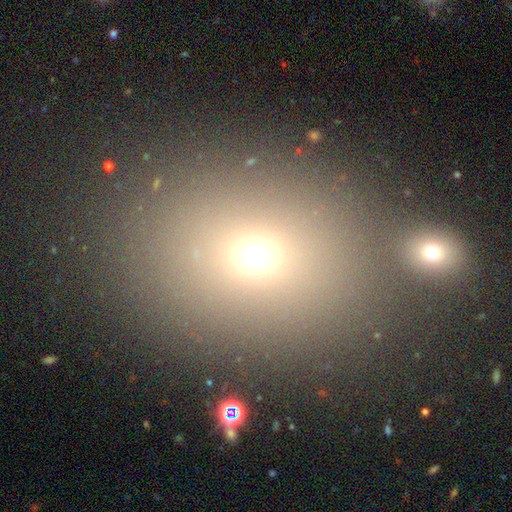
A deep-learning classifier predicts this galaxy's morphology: Smooth or featured? Predicted: smooth (p=0.67). How rounded? Predicted: in between (p=0.49, tied with round). Merging? Predicted: none (p=0.68).